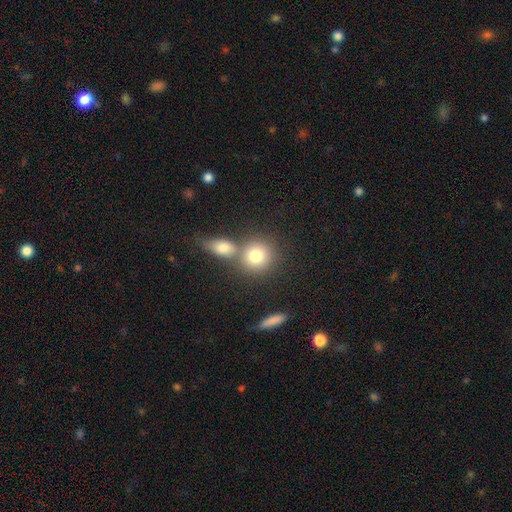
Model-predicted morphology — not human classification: Q: Smooth or featured?
A: smooth (79%); runner-up: featured or disk (11%)
Q: How rounded?
A: round (81%); runner-up: in between (18%)
Q: Merging?
A: none (54%); runner-up: merger (34%)